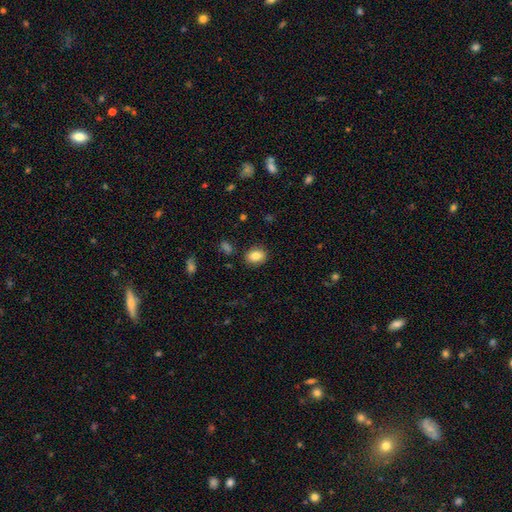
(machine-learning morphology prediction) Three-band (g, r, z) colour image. It shows a smooth galaxy with no disk features (85%) that is in between round and cigar-shaped (62%). Merging: none (87%).